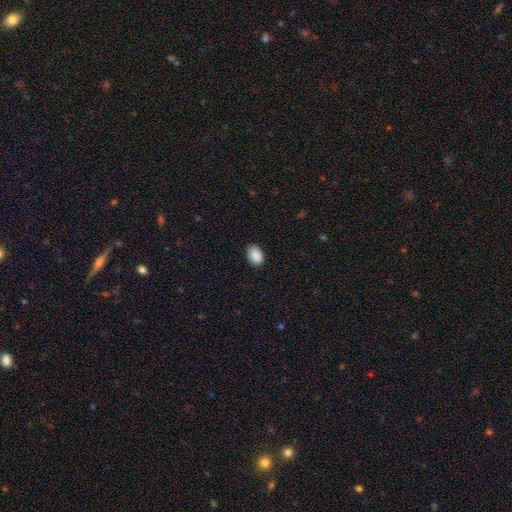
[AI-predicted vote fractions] A smooth galaxy with no disk features (90%) that is in between round and cigar-shaped (80%).

Vote fractions:
- Smooth or featured? smooth: 90% / star or artifact: 7% / featured or disk: 3%
- How rounded? in between: 80% / round: 19% / cigar-shaped: 1%
- Merging? none: 85% / minor disturbance: 12% / major disturbance: 2% / merger: 1%